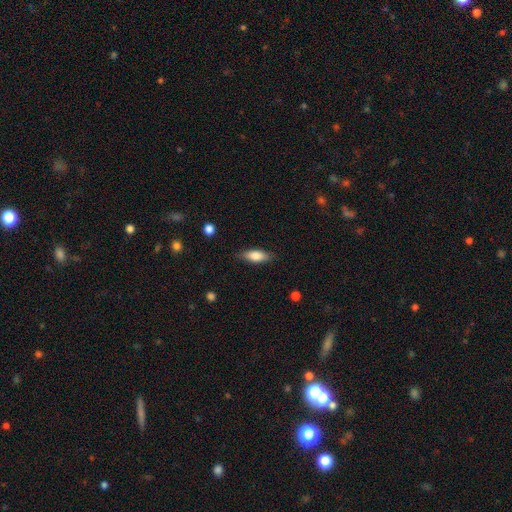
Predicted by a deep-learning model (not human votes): Smooth or featured? Predicted: smooth (p=0.78). How rounded? Predicted: in between (p=0.69). Merging? Predicted: none (p=0.83).